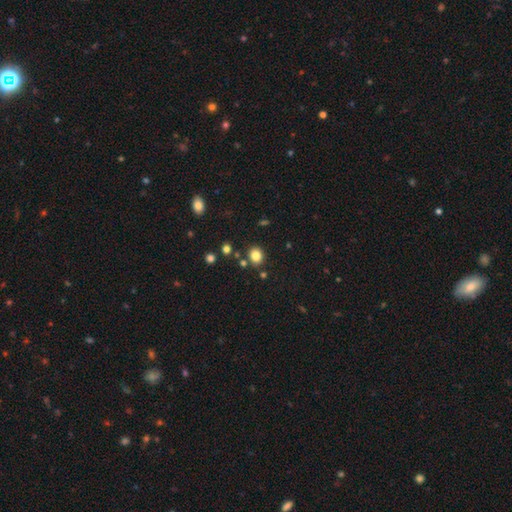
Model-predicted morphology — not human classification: Q: Smooth or featured?
A: smooth (83%); runner-up: star or artifact (12%)
Q: How rounded?
A: round (70%); runner-up: in between (29%)
Q: Merging?
A: none (83%); runner-up: minor disturbance (9%)